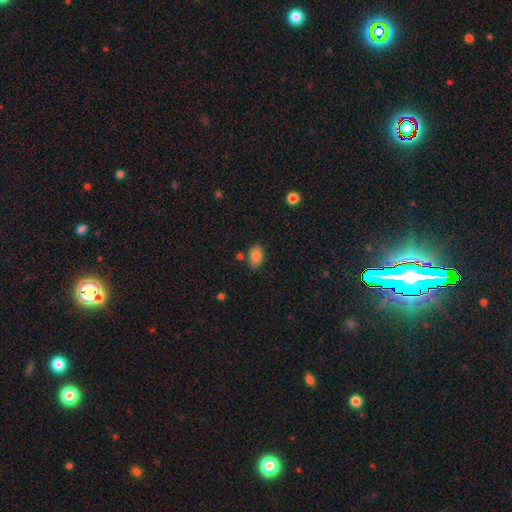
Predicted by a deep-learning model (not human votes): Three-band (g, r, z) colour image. It shows a smooth galaxy with no disk features (84%) that is in between round and cigar-shaped (89%). Merging: none (78%).